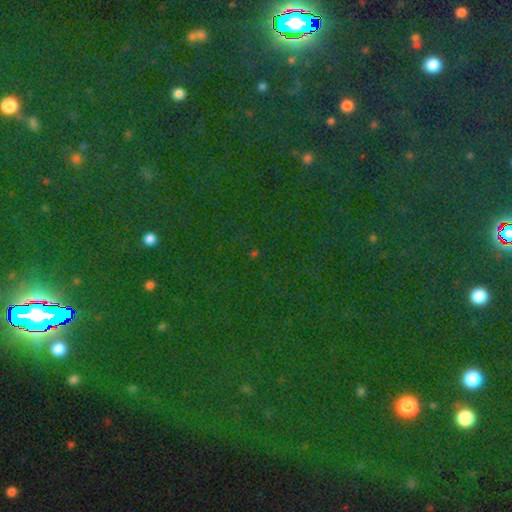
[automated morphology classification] Smooth or featured? star or artifact (80%)